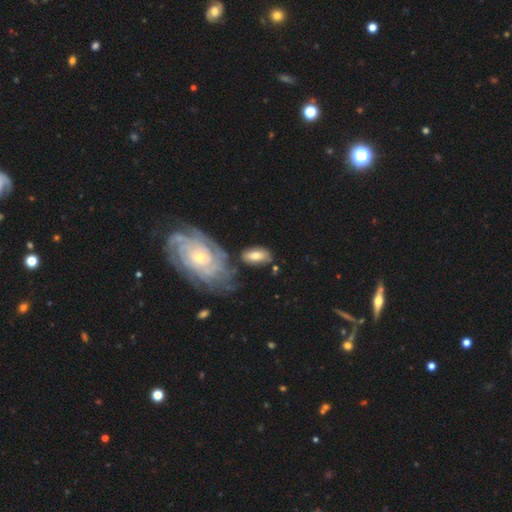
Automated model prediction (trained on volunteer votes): smooth-or-featured: smooth: 57% | featured or disk: 36% | star or artifact: 7%
  how-rounded: in between: 89% | round: 6% | cigar-shaped: 5%
  merging: none: 63% | minor disturbance: 18% | merger: 12% | major disturbance: 7%